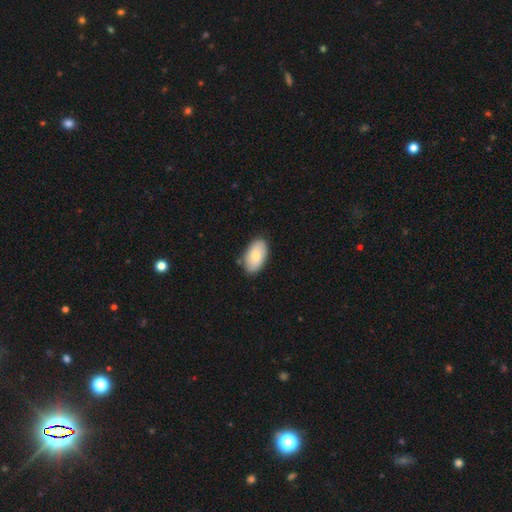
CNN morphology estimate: Smooth or featured? smooth (75%)
How rounded? in between (94%)
Merging? none (84%)